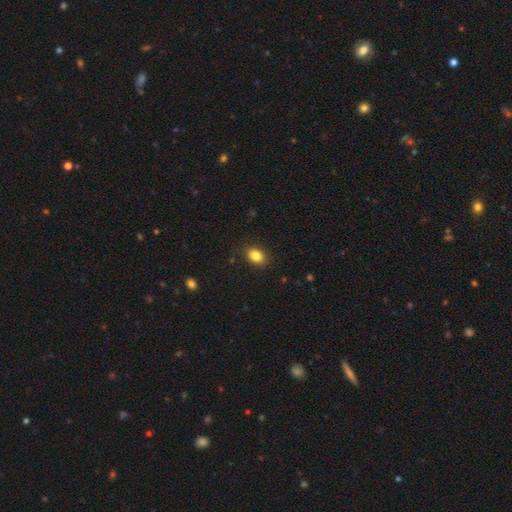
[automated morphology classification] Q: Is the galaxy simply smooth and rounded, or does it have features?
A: smooth — 85%.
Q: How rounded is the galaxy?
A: in between — 71%.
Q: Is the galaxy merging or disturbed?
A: none — 88%.